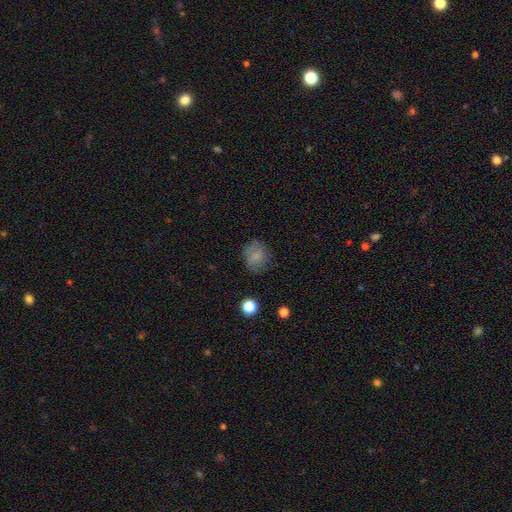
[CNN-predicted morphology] This is clearly a smooth galaxy (80%). How rounded: likely round (66%). Merging: likely none (78%).